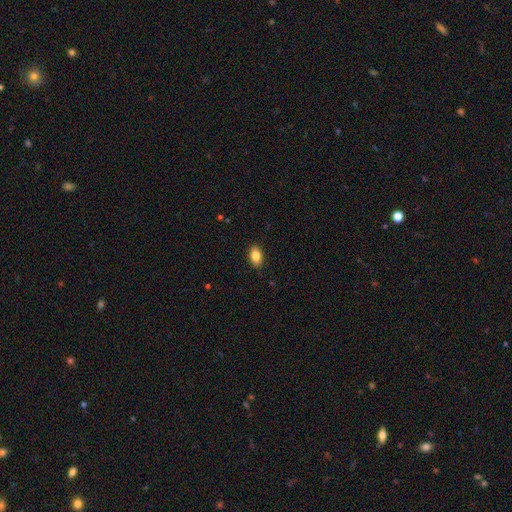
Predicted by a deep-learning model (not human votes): Smooth or featured?
  - smooth: 86% *
  - star or artifact: 8%
  - featured or disk: 6%
How rounded?
  - in between: 89% *
  - round: 10%
  - cigar-shaped: 2%
Merging?
  - none: 88% *
  - minor disturbance: 9%
  - major disturbance: 2%
  - merger: 1%